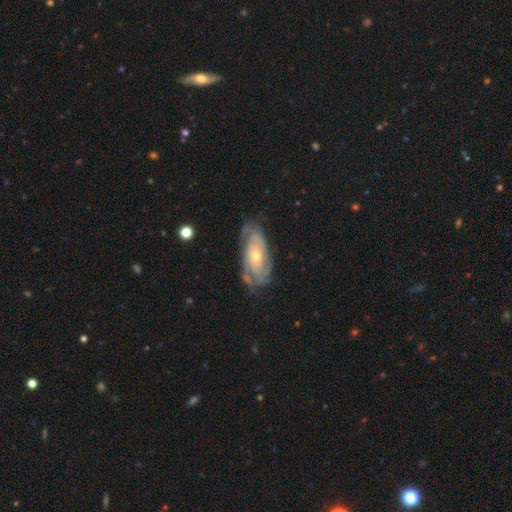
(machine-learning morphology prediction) A featured or disk galaxy (77%) with no bar (77%), tight (67%) spiral arms (87%) and a small central bulge (57%).

Vote fractions:
- Smooth or featured? featured or disk: 77% / smooth: 17% / star or artifact: 6%
- Edge-on disk? no: 92% / yes: 8%
- Bar? no: 77% / weak: 18% / strong: 5%
- Spiral arms? yes: 87% / no: 13%
- Spiral winding? tight: 67% / medium: 25% / loose: 8%
- Spiral arm count? can't tell: 49% / 2: 24% / 3: 12% / 4: 7% / 1: 4% / more than 4: 4%
- Bulge size? small: 57% / moderate: 39% / large: 2% / none: 1% / dominant: 1%
- Merging? none: 65% / minor disturbance: 23% / major disturbance: 9% / merger: 3%